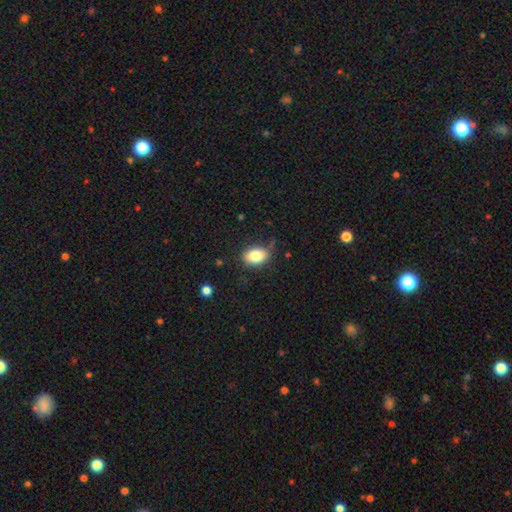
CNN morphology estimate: Smooth or featured? smooth (82%)
How rounded? in between (80%)
Merging? none (78%)